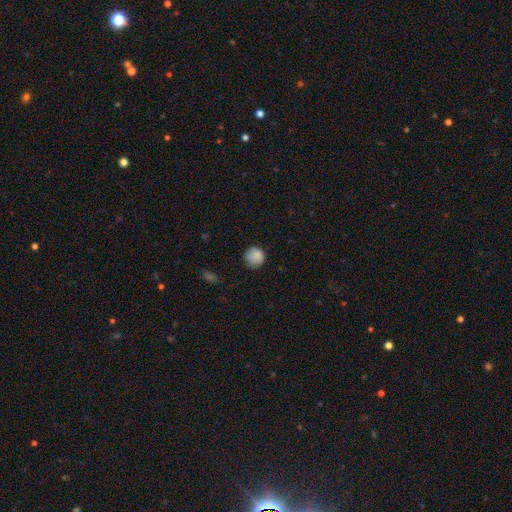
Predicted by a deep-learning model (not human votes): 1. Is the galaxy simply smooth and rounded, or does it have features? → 84% smooth, 9% star or artifact, 7% featured or disk.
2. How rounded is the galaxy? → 88% round, 11% in between, 1% cigar-shaped.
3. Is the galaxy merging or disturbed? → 69% none, 23% minor disturbance, 6% major disturbance, 2% merger.